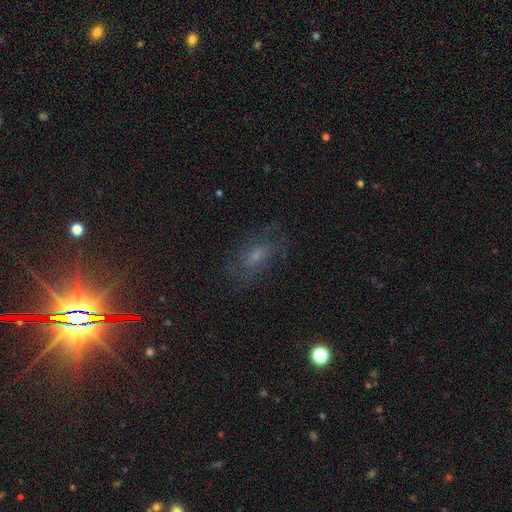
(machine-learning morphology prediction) Smooth or featured? featured or disk (45%)
Merging? none (72%)